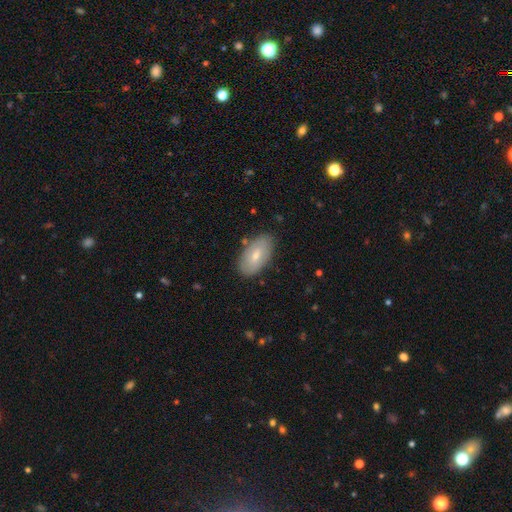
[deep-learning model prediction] smooth-or-featured: smooth: 64% | featured or disk: 30% | star or artifact: 6%
  how-rounded: in between: 94% | round: 3% | cigar-shaped: 3%
  merging: none: 83% | minor disturbance: 12% | major disturbance: 3% | merger: 2%